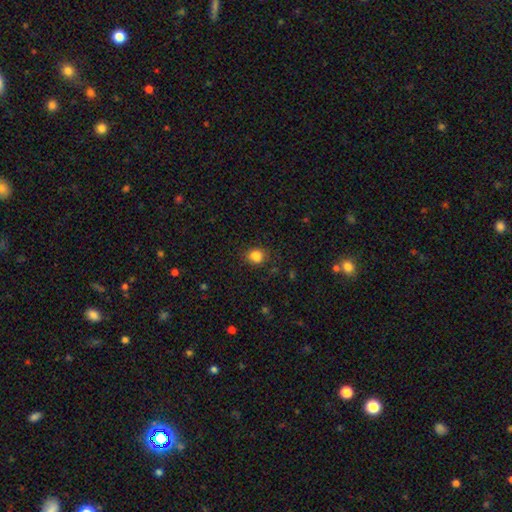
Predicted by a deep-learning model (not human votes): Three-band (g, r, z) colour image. It shows a smooth galaxy with no disk features (85%) that is round (71%). Merging: none (81%).